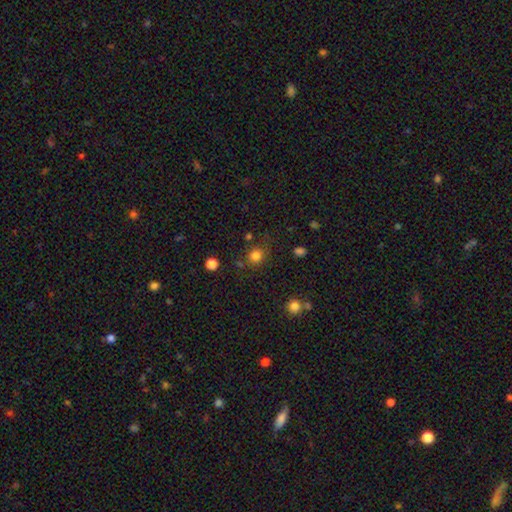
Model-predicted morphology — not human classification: Smooth or featured: smooth — 80% (star or artifact — 14%)
How rounded: round — 85% (in between — 14%)
Merging: none — 73% (minor disturbance — 14%)